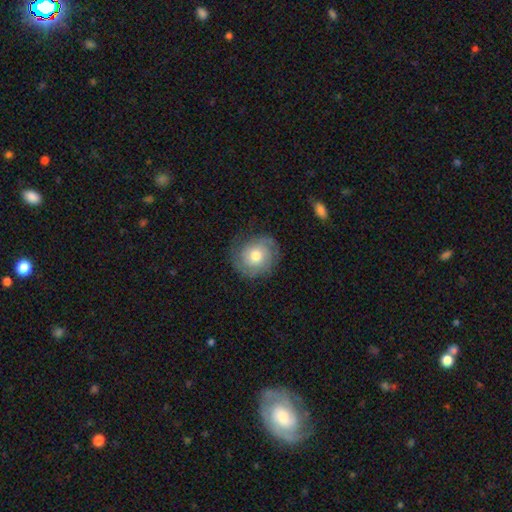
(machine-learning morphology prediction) Overall: featured or disk (59%; smooth 33%). Edge-on disk: no (97%). Bar: no (81%). Spiral arms: yes (86%). Bulge size: moderate (71%). Merging: none (76%).